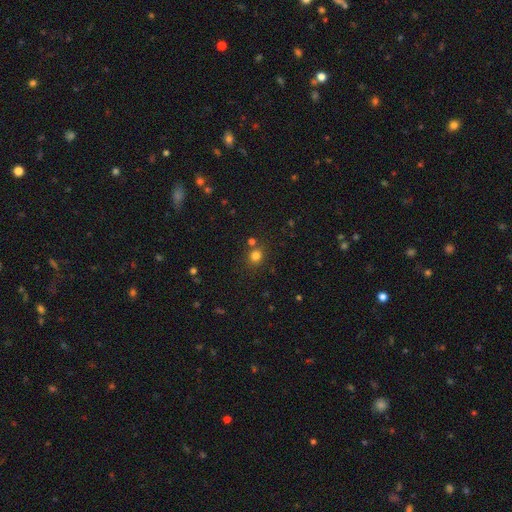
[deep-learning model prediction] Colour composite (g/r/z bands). It shows a smooth galaxy with no disk features (78%) that is round (84%). Merging: none (78%).